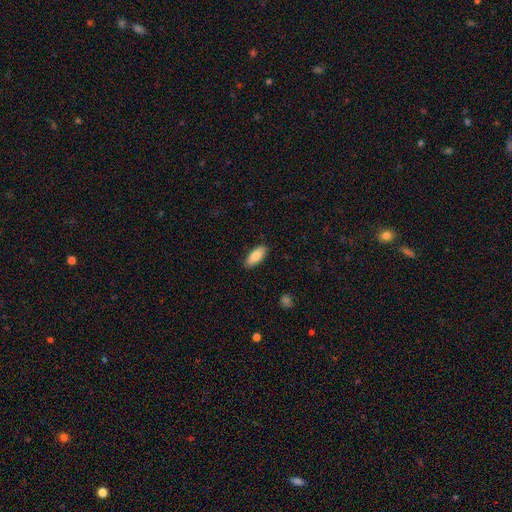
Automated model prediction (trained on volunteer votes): Q: Smooth or featured?
A: smooth (83%); runner-up: featured or disk (11%)
Q: How rounded?
A: in between (85%); runner-up: cigar-shaped (13%)
Q: Merging?
A: none (89%); runner-up: minor disturbance (9%)